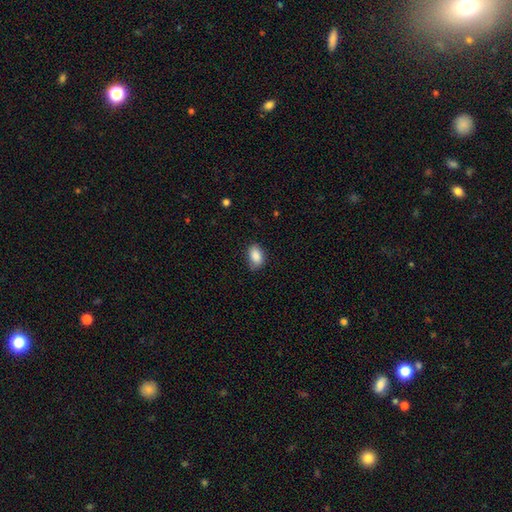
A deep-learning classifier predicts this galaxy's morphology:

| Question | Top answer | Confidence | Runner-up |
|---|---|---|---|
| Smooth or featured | smooth | 88% | star or artifact (8%) |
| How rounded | in between | 87% | round (11%) |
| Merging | none | 76% | minor disturbance (19%) |